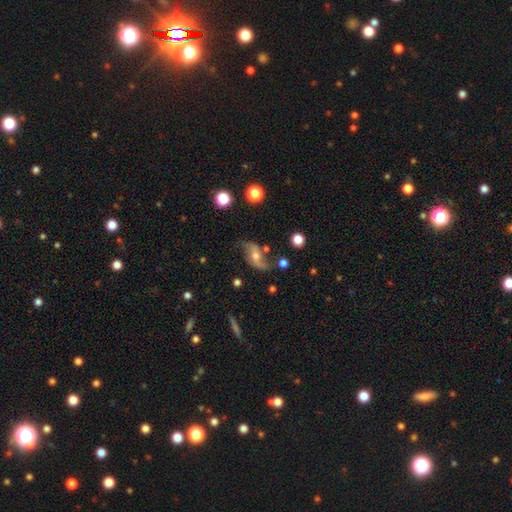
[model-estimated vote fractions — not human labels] smooth_or_featured: featured or disk (p=0.81) [alt: smooth p=0.11]
disk_edge_on: no (p=0.93) [alt: yes p=0.07]
bar: no (p=0.54) [alt: weak p=0.32]
has_spiral_arms: yes (p=0.94) [alt: no p=0.06]
spiral_winding: loose (p=0.87) [alt: medium p=0.09]
spiral_arm_count: 2 (p=0.93) [alt: 1 p=0.02]
bulge_size: moderate (p=0.58) [alt: small p=0.31]
merging: none (p=0.70) [alt: minor disturbance p=0.17]